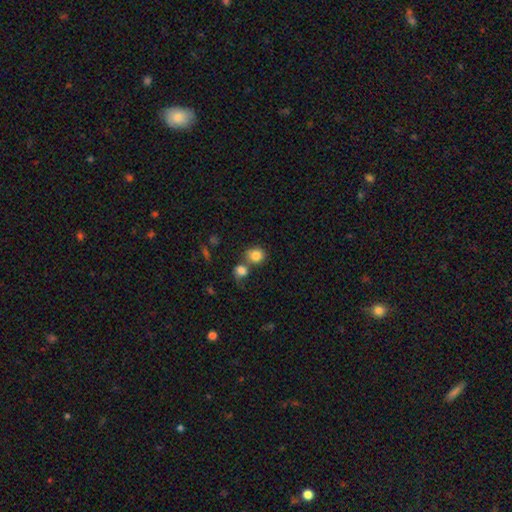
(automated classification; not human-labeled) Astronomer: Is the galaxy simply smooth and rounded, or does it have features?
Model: smooth — 83%.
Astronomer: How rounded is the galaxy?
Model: round — 79%.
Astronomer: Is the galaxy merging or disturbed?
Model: none — 49% (runner-up: merger, 36%).